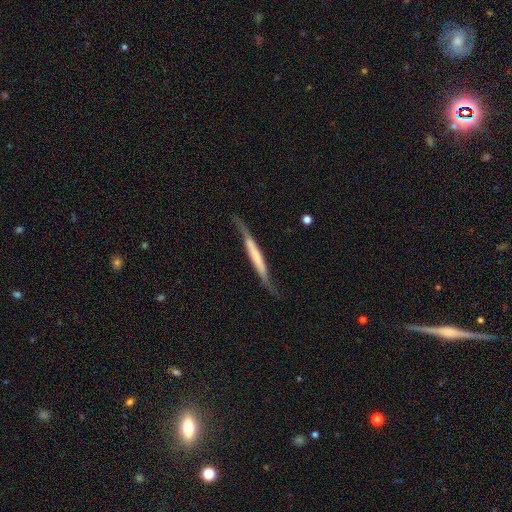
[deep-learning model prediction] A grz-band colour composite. It shows a featured or disk galaxy (60%) viewed edge-on (85%) with no central bulge (55%). Merging: none (61%).